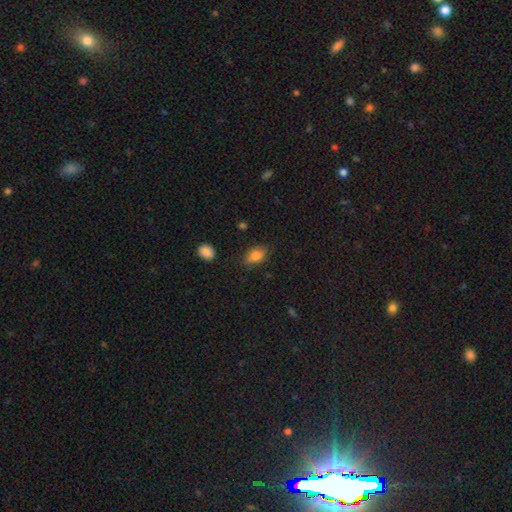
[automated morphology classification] The model was most divided on "merging": none: 78%, minor disturbance: 17%, major disturbance: 4%, merger: 2%. More confident: how rounded — in between (86%); smooth or featured — smooth (82%).